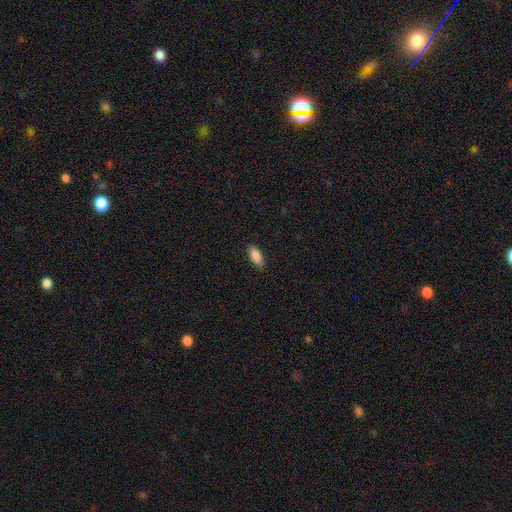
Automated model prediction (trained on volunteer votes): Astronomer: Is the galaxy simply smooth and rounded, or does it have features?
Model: smooth — 88%.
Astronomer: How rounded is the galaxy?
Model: in between — 84%.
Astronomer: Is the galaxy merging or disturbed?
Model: none — 87%.